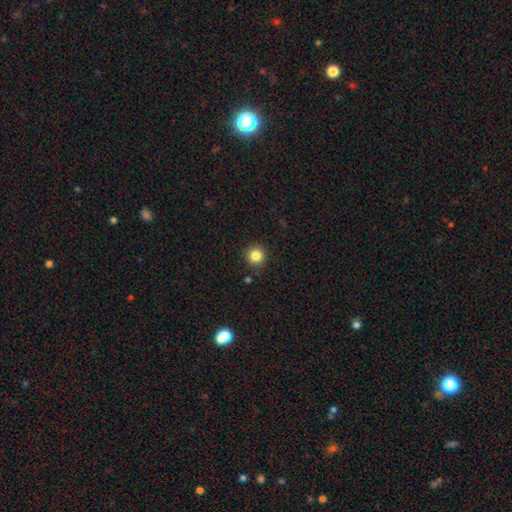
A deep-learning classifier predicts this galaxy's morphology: Smooth or featured: smooth — 84% (star or artifact — 11%)
How rounded: round — 95% (in between — 4%)
Merging: none — 91% (minor disturbance — 6%)